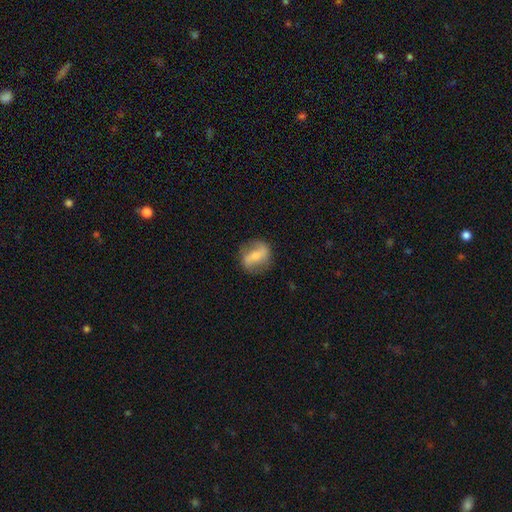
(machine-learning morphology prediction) Smooth or featured?
  - featured or disk: 56% *
  - smooth: 37%
  - star or artifact: 7%
Edge-on disk?
  - no: 91% *
  - yes: 9%
Bar?
  - strong: 49% *
  - weak: 32%
  - no: 19%
Spiral arms?
  - yes: 72% *
  - no: 28%
Bulge size?
  - small: 46% *
  - moderate: 40%
  - none: 8%
  - large: 4%
  - dominant: 2%
Merging?
  - none: 76% *
  - minor disturbance: 16%
  - major disturbance: 6%
  - merger: 1%